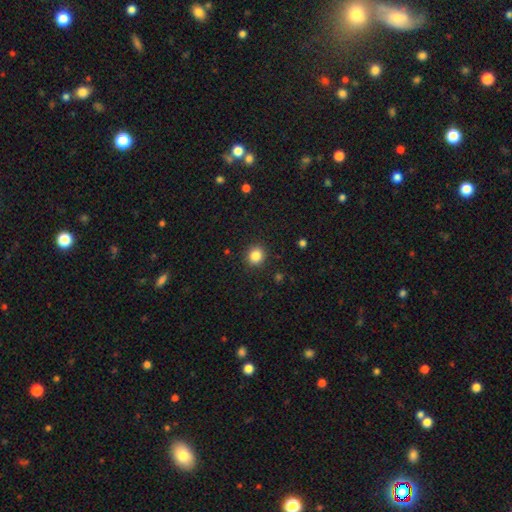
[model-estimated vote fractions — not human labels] Q: Smooth or featured?
A: smooth (85%); runner-up: star or artifact (11%)
Q: How rounded?
A: round (88%); runner-up: in between (12%)
Q: Merging?
A: none (91%); runner-up: minor disturbance (6%)